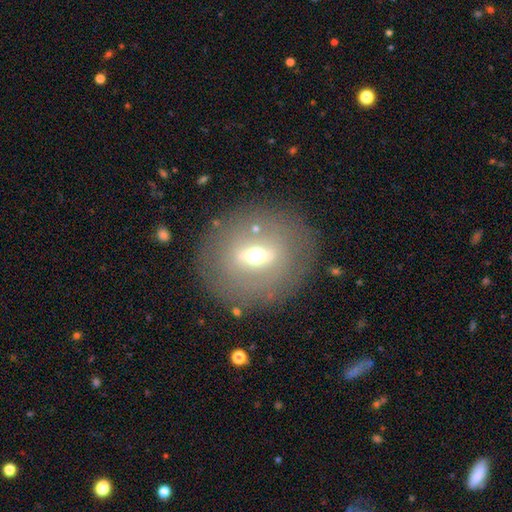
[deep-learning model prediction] Q: Smooth or featured?
A: featured or disk (57%); runner-up: smooth (32%)
Q: Edge-on disk?
A: no (78%); runner-up: yes (22%)
Q: Merging?
A: none (80%); runner-up: minor disturbance (11%)